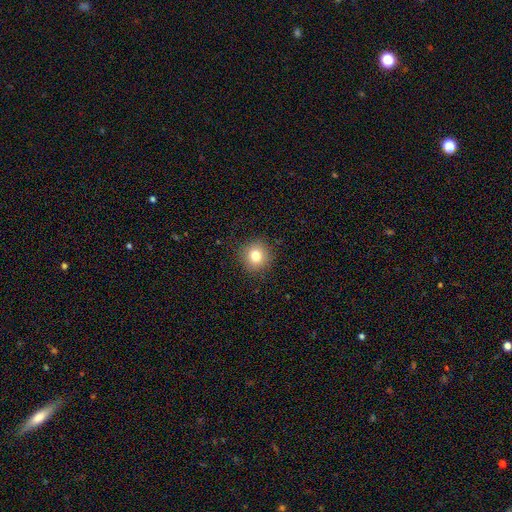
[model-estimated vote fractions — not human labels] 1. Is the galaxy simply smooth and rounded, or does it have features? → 80% smooth, 12% star or artifact, 8% featured or disk.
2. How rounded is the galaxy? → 92% round, 7% in between, 1% cigar-shaped.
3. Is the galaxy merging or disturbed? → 90% none, 7% minor disturbance, 2% major disturbance, 1% merger.